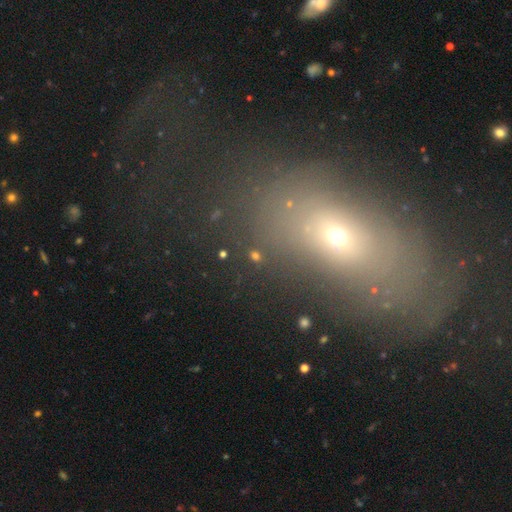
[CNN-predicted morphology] This appears to be a smooth galaxy with no disk features (42%). Merging: none (67%).